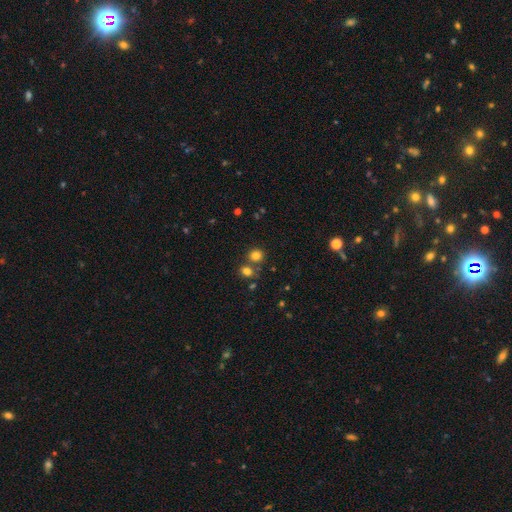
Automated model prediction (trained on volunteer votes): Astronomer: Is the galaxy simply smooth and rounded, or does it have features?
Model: smooth — 79%.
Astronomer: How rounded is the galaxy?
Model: round — 83%.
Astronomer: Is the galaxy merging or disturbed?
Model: none — 68%.